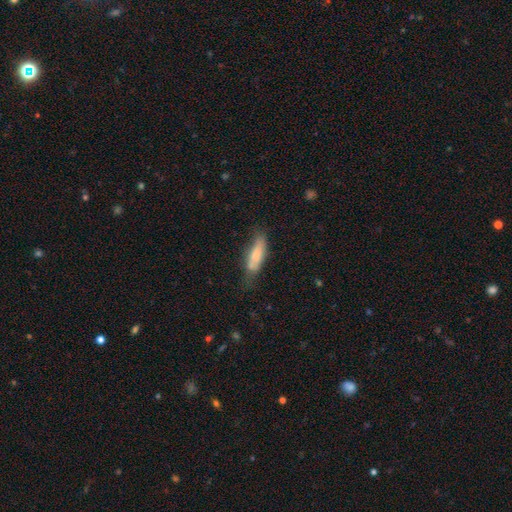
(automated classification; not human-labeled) Q: Smooth or featured?
A: smooth (76%); runner-up: featured or disk (18%)
Q: How rounded?
A: cigar-shaped (56%); runner-up: in between (42%)
Q: Merging?
A: none (53%); runner-up: minor disturbance (31%)